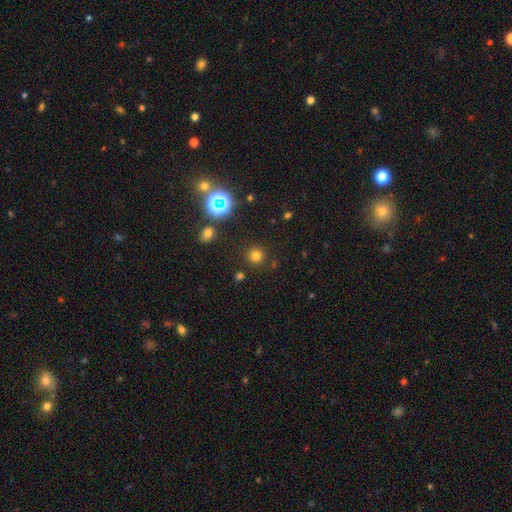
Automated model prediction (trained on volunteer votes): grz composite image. It shows a smooth galaxy with no disk features (72%) that is round (94%). Merging: none (88%).